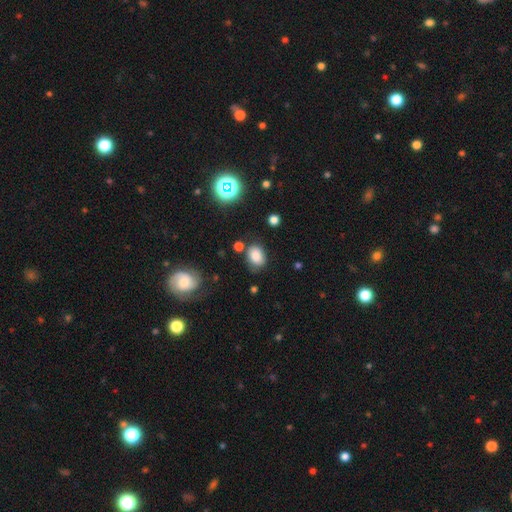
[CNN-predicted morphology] The model was most divided on "how rounded": in between: 69%, round: 30%, cigar-shaped: 1%. More confident: smooth or featured — smooth (80%); merging — none (68%).